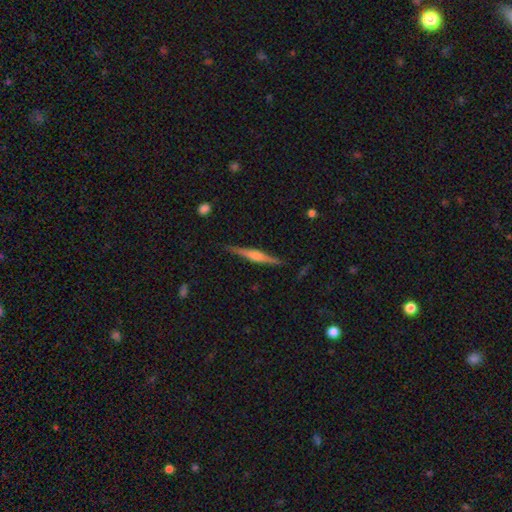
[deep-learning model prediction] A featured or disk galaxy (72%) viewed edge-on (98%) with a rounded central bulge (66%).

Vote fractions:
- Smooth or featured? featured or disk: 72% / smooth: 22% / star or artifact: 6%
- Edge-on disk? yes: 98% / no: 2%
- Edge-on bulge? rounded: 66% / boxy: 24% / none: 9%
- Merging? none: 88% / minor disturbance: 8% / major disturbance: 2% / merger: 1%